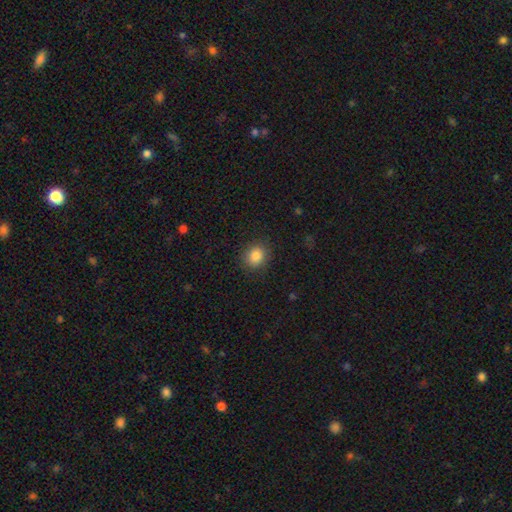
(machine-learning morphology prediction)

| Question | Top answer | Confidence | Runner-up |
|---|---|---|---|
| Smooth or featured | smooth | 86% | star or artifact (9%) |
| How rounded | round | 73% | in between (26%) |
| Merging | none | 86% | minor disturbance (10%) |